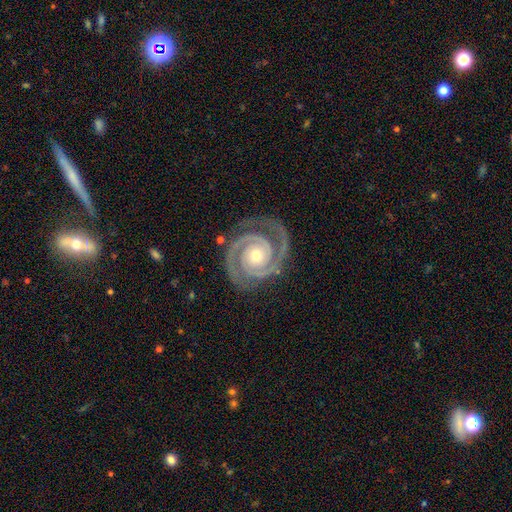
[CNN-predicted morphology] Smooth or featured? featured or disk (93%)
Edge-on disk? no (98%)
Bar? no (70%)
Spiral arms? yes (99%)
Spiral winding? tight (78%)
Spiral arm count? 2 (89%)
Bulge size? moderate (57%)
Merging? none (84%)